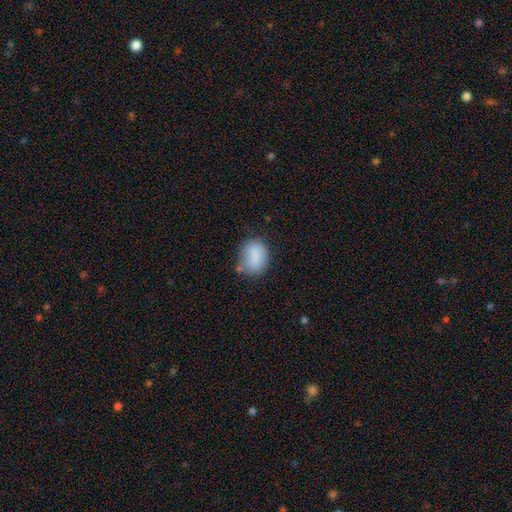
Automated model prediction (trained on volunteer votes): Morphology: type=smooth (83%); roundness=in between (63%); merging=none (62%).